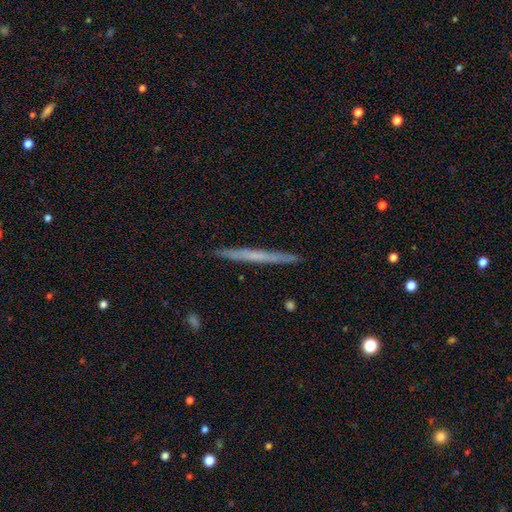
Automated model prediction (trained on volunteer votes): Q: Smooth or featured?
A: featured or disk (49%); runner-up: smooth (45%)
Q: Merging?
A: none (92%); runner-up: minor disturbance (6%)